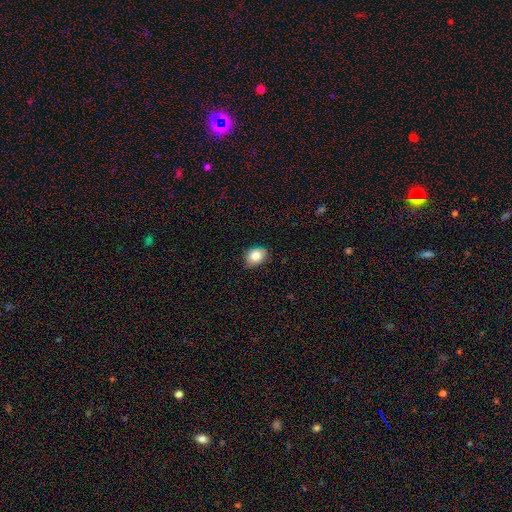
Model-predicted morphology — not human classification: Overall: smooth (81%). How rounded: in between (63%; round 36%). Merging: none (74%).